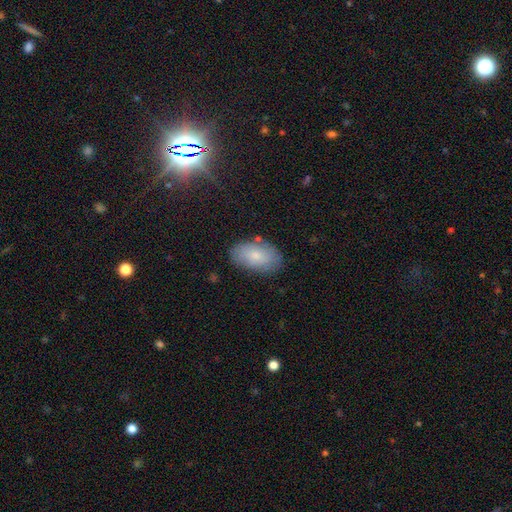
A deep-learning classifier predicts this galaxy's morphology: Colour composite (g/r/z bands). It shows a smooth galaxy with no disk features (76%) that is in between round and cigar-shaped (94%). Merging: none (79%).